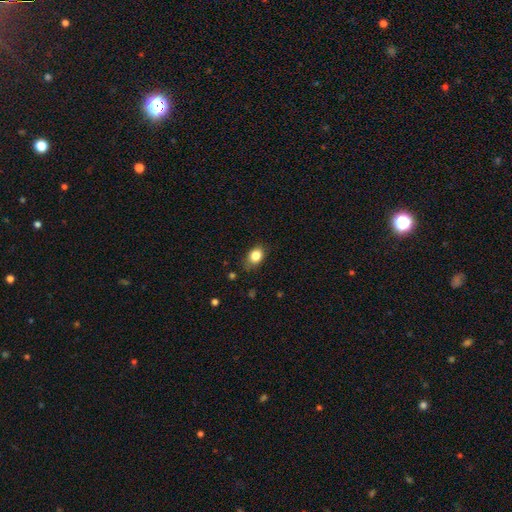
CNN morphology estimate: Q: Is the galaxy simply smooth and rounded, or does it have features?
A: smooth — 83%.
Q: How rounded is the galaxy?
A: in between — 67%.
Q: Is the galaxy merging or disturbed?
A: none — 72%.